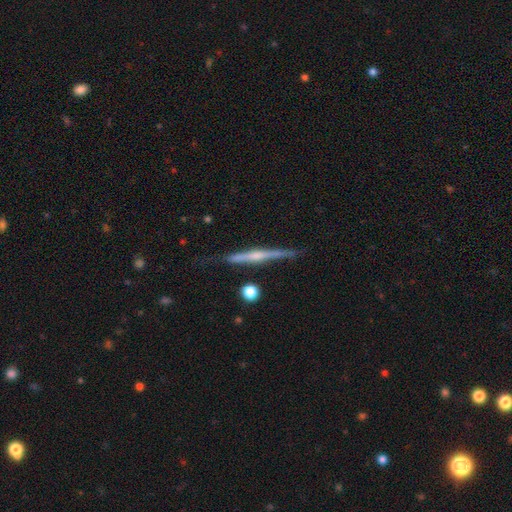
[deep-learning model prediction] A featured or disk galaxy (74%) viewed edge-on (98%) with a rounded central bulge (66%). Merging: none (80%).